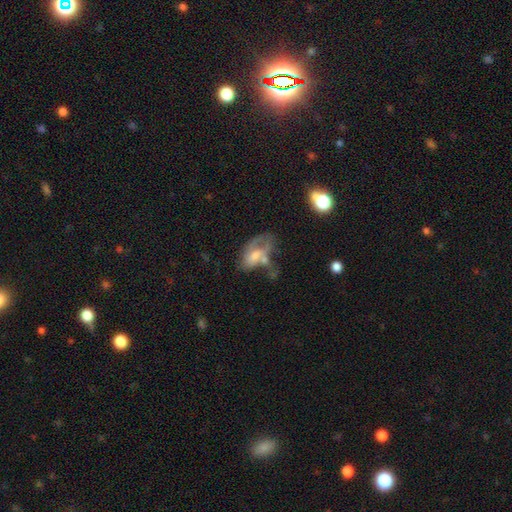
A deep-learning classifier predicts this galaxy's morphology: Overall: featured or disk (46%; smooth 45%). Merging: major disturbance (32%; merger 31%).